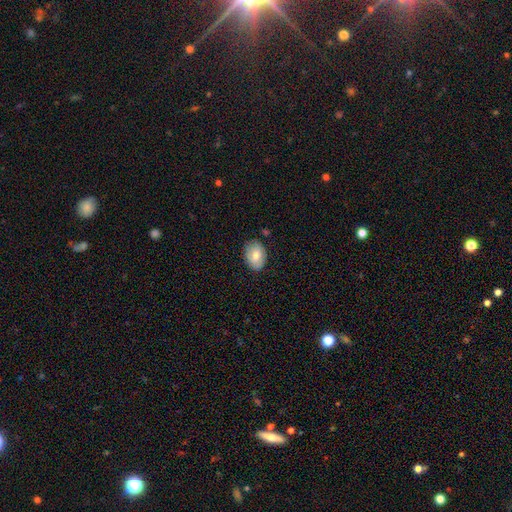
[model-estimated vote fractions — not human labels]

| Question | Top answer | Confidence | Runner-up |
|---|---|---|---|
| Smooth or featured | smooth | 72% | featured or disk (21%) |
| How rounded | in between | 82% | round (17%) |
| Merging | none | 77% | minor disturbance (18%) |